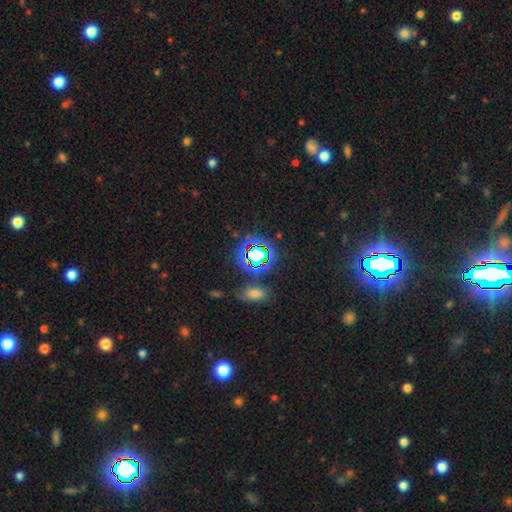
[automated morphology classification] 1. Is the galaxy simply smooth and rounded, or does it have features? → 66% star or artifact, 23% smooth, 11% featured or disk.